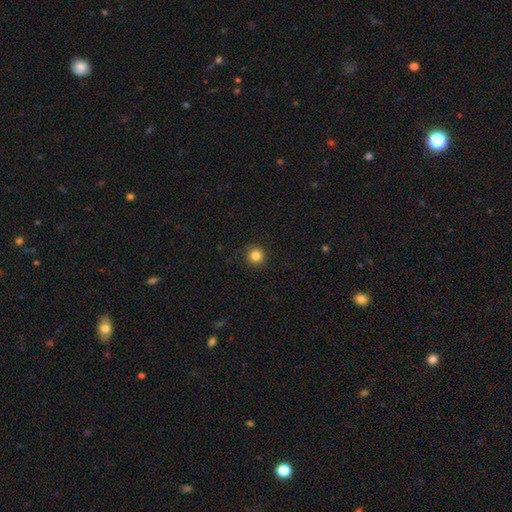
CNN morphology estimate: Smooth or featured? Predicted: smooth (p=0.84). How rounded? Predicted: round (p=0.95). Merging? Predicted: none (p=0.91).